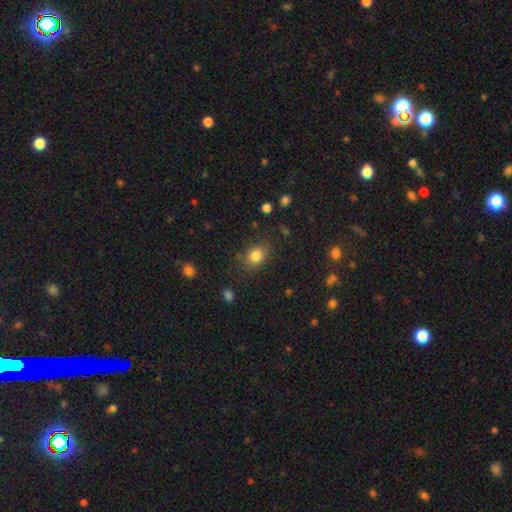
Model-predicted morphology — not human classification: Smooth or featured? smooth (81%)
How rounded? in between (60%)
Merging? none (79%)